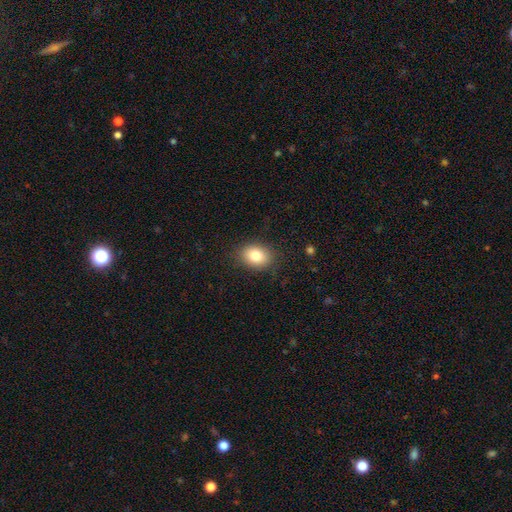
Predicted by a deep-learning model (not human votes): Morphology: type=smooth (82%); roundness=in between (63%); merging=none (86%).